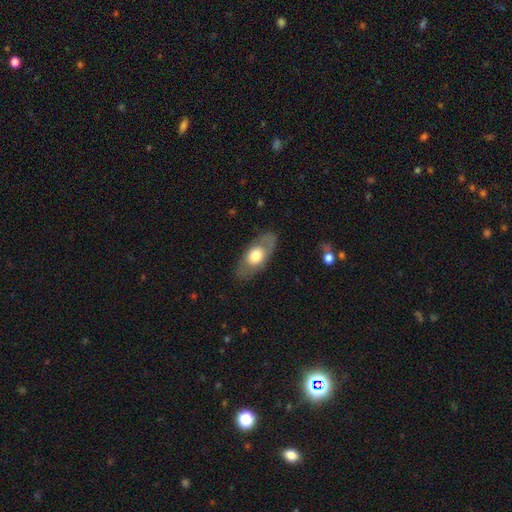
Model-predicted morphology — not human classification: type=smooth (55%); roundness=in between (86%); merging=none (81%).